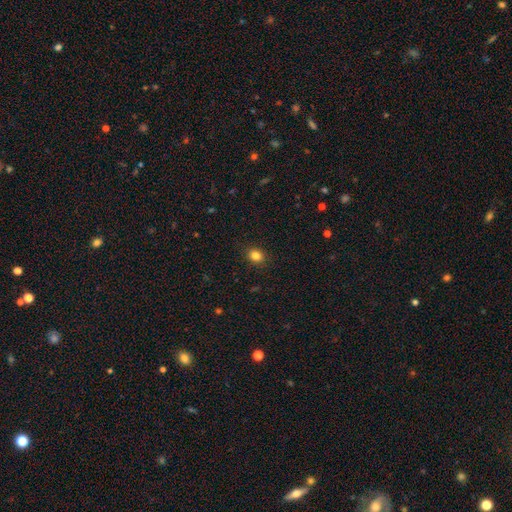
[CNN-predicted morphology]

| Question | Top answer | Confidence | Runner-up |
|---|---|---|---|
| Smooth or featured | smooth | 84% | star or artifact (11%) |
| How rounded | round | 57% | in between (42%) |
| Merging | none | 89% | minor disturbance (8%) |